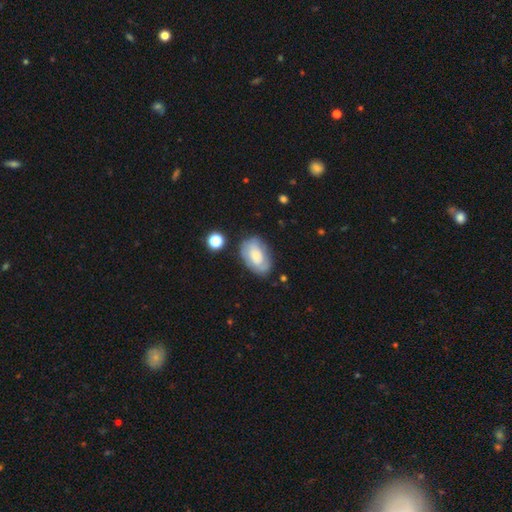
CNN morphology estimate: Smooth or featured? featured or disk (50%)
Merging? none (69%)